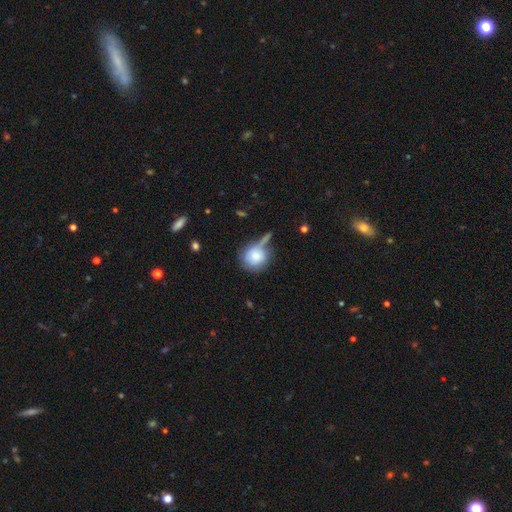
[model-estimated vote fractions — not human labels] This is likely a smooth galaxy (77%). How rounded: clearly round (87%). Merging: possibly none (45%).